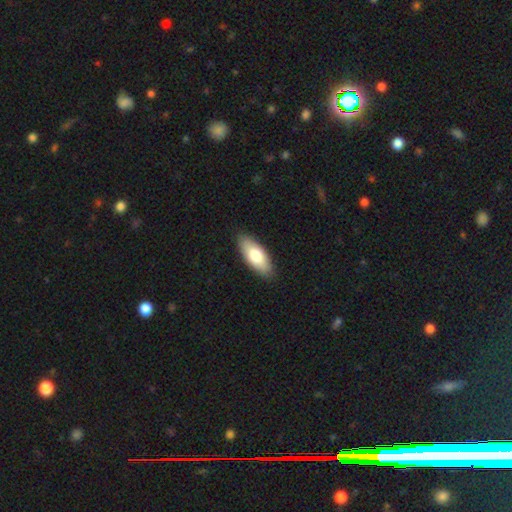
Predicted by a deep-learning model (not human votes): A smooth galaxy with no disk features (76%) that is in between round and cigar-shaped (82%). Merging: none (88%).